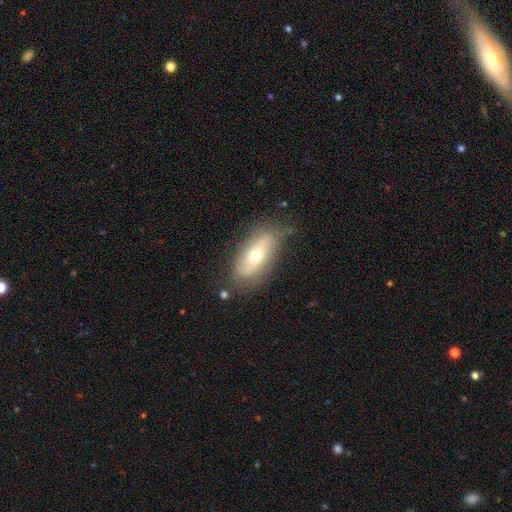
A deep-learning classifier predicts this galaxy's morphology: Smooth or featured? smooth (51%)
How rounded? in between (80%)
Merging? none (73%)